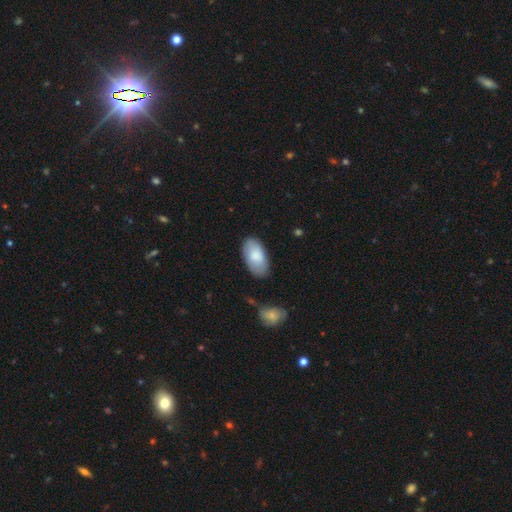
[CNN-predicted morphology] Overall: smooth (83%). How rounded: in between (95%). Merging: none (79%).